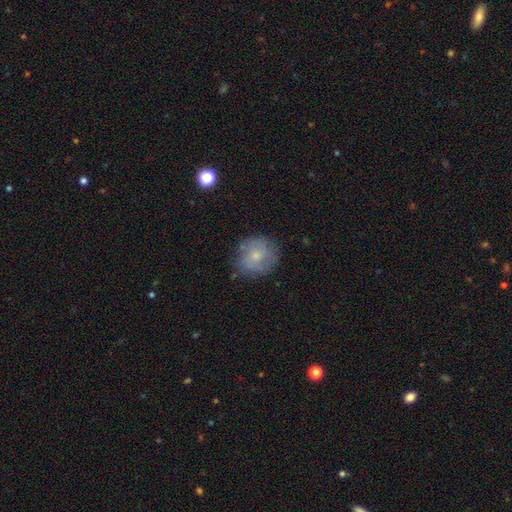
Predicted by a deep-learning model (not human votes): This is likely a smooth galaxy (64%). How rounded: clearly round (86%). Merging: likely none (75%).